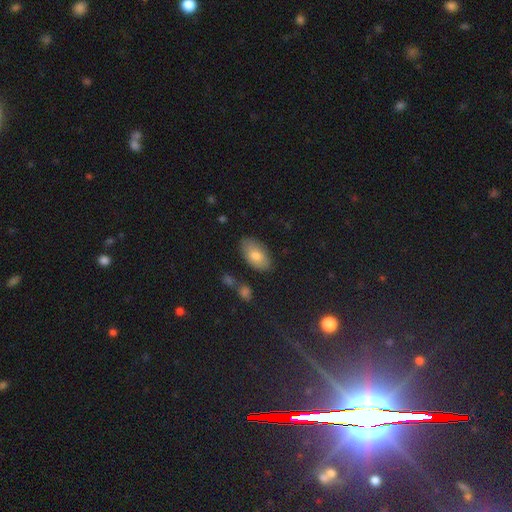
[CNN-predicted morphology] A smooth galaxy with no disk features (78%) that is in between round and cigar-shaped (94%).

Vote fractions:
- Smooth or featured? smooth: 78% / featured or disk: 14% / star or artifact: 7%
- How rounded? in between: 94% / round: 4% / cigar-shaped: 2%
- Merging? none: 79% / minor disturbance: 14% / merger: 4% / major disturbance: 3%